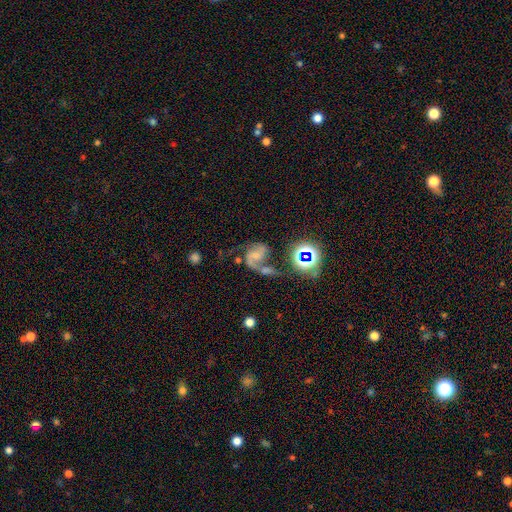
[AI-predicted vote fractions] This is likely a featured or disk galaxy (73%). It is clearly not viewed edge-on (98%). Bar: possibly no (50%). Spiral arm pattern: clearly yes (93%). Spiral arm count: clearly 2 (83%). Spiral winding: possibly medium (46%). Central bulge: marginally small (36%). Merging: marginally merger (40%).